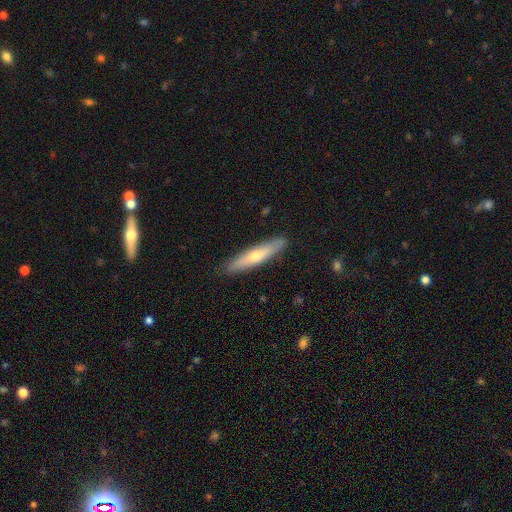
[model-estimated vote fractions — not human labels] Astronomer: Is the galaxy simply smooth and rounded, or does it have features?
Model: smooth — 54% (runner-up: featured or disk, 40%).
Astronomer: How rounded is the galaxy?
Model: cigar-shaped — 88%.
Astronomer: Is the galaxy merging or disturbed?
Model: none — 89%.